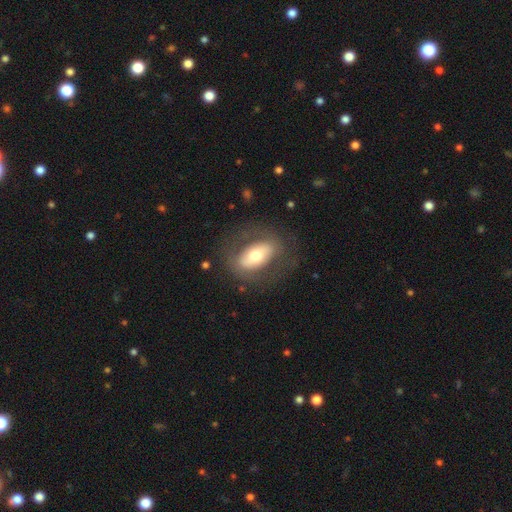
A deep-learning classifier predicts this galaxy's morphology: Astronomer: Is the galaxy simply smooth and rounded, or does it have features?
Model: smooth — 48% (runner-up: featured or disk, 45%).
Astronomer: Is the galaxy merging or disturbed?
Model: none — 73%.